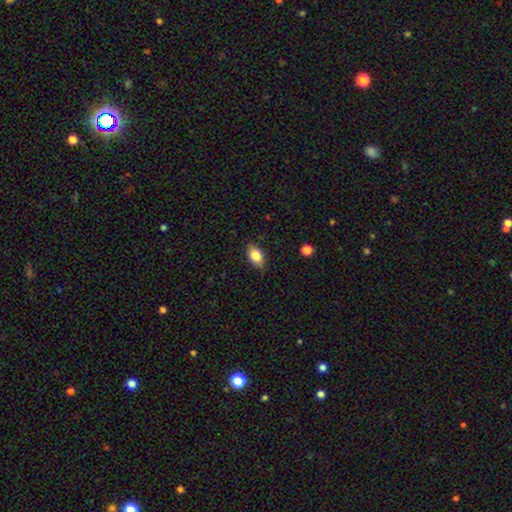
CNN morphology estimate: The model was most divided on "merging": none: 83%, minor disturbance: 13%, major disturbance: 2%, merger: 1%. More confident: how rounded — in between (88%); smooth or featured — smooth (81%).